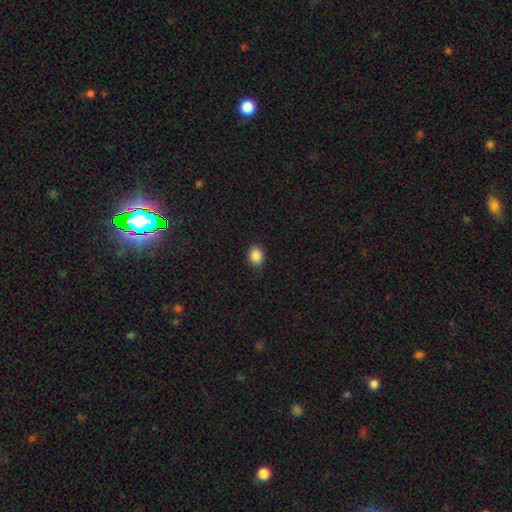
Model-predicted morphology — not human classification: A smooth galaxy with no disk features (88%) that is round (50%).

Vote fractions:
- Smooth or featured? smooth: 88% / star or artifact: 9% / featured or disk: 3%
- How rounded? round: 50% / in between: 49% / cigar-shaped: 1%
- Merging? none: 87% / minor disturbance: 10% / major disturbance: 2% / merger: 1%